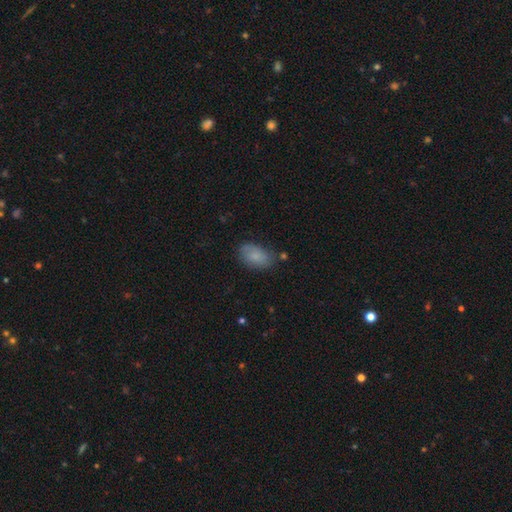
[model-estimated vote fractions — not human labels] A smooth galaxy with no disk features (79%) that is in between round and cigar-shaped (91%).

Vote fractions:
- Smooth or featured? smooth: 79% / featured or disk: 13% / star or artifact: 8%
- How rounded? in between: 91% / round: 7% / cigar-shaped: 2%
- Merging? none: 71% / minor disturbance: 21% / major disturbance: 5% / merger: 3%